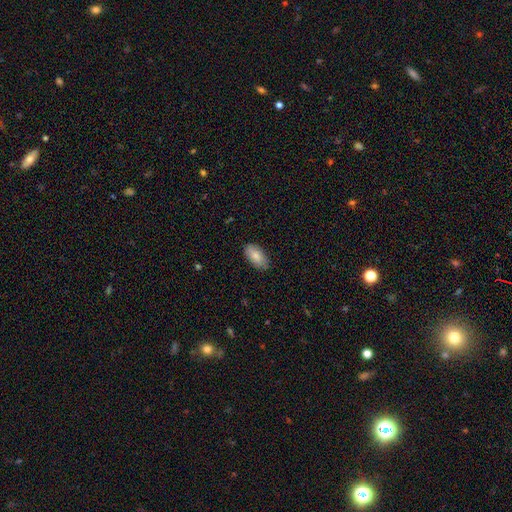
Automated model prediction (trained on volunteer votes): Smooth or featured? Predicted: smooth (p=0.84). How rounded? Predicted: in between (p=0.93). Merging? Predicted: none (p=0.83).